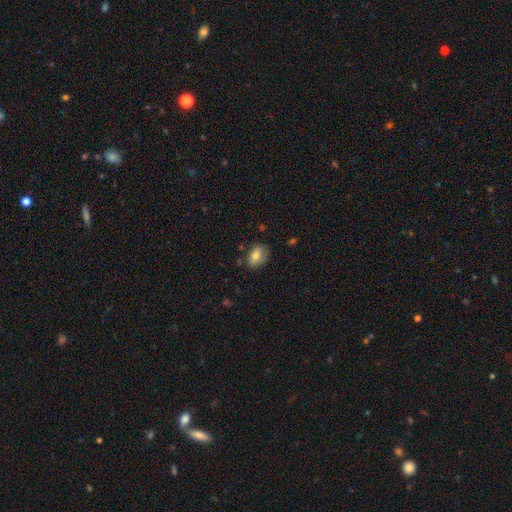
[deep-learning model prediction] A smooth galaxy with no disk features (78%) that is in between round and cigar-shaped (79%). Merging: none (73%).